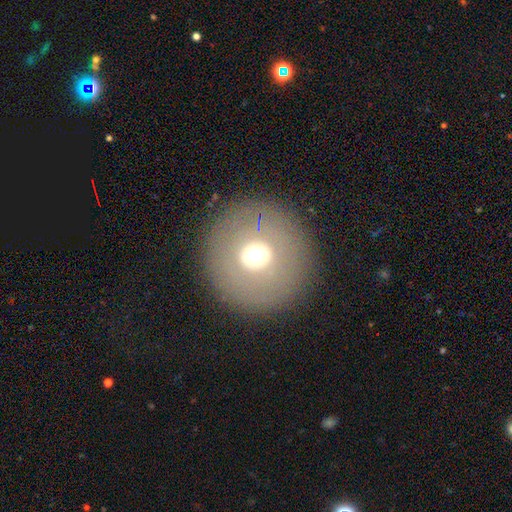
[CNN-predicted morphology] Smooth or featured?
  - smooth: 57% *
  - featured or disk: 30%
  - star or artifact: 13%
How rounded?
  - round: 94% *
  - in between: 5%
  - cigar-shaped: 1%
Merging?
  - none: 86% *
  - minor disturbance: 7%
  - major disturbance: 5%
  - merger: 1%